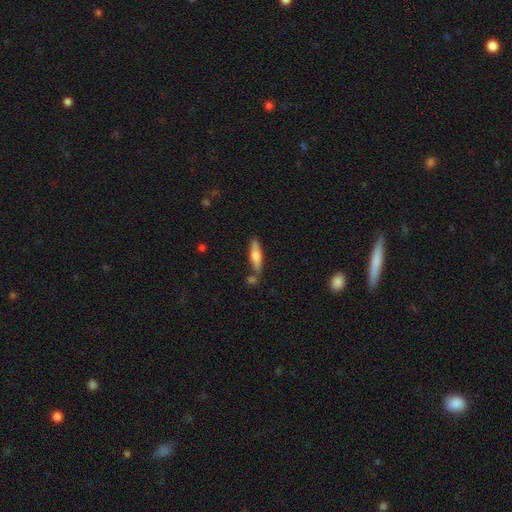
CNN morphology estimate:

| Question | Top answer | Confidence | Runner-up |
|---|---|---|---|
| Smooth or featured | smooth | 55% | featured or disk (39%) |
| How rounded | cigar-shaped | 78% | in between (20%) |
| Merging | none | 76% | minor disturbance (12%) |